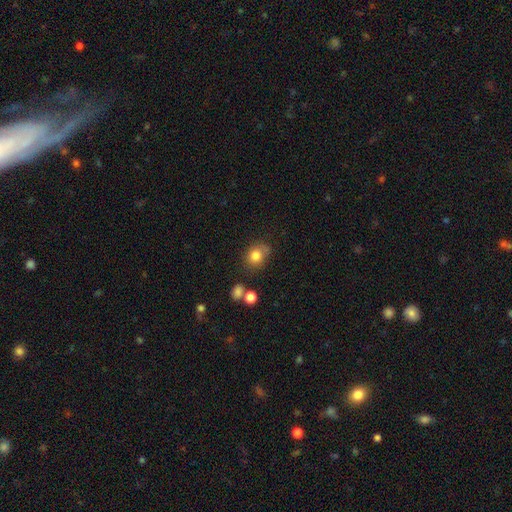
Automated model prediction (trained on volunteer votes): Smooth or featured? smooth (81%)
How rounded? round (58%)
Merging? none (64%)